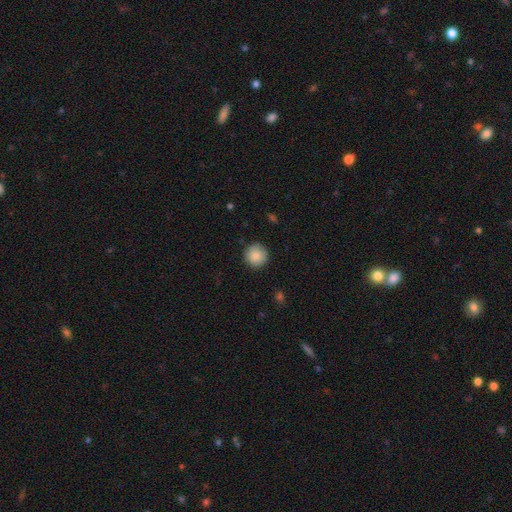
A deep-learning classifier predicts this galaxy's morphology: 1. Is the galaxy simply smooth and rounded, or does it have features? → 88% smooth, 7% star or artifact, 5% featured or disk.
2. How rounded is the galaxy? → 94% round, 5% in between, 1% cigar-shaped.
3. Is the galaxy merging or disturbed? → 88% none, 9% minor disturbance, 2% major disturbance, 1% merger.